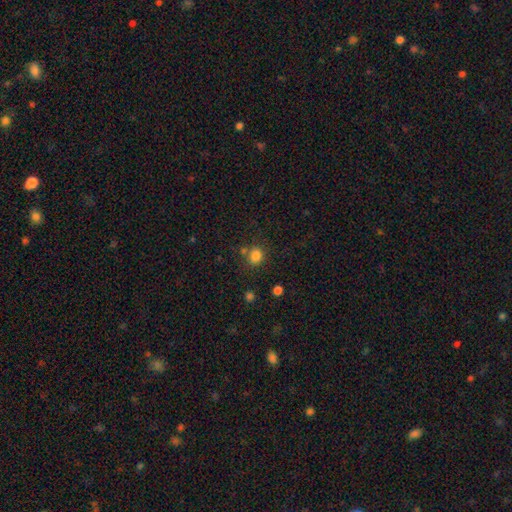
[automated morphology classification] This is clearly a smooth galaxy (82%). How rounded: likely round (66%). Merging: likely none (70%).